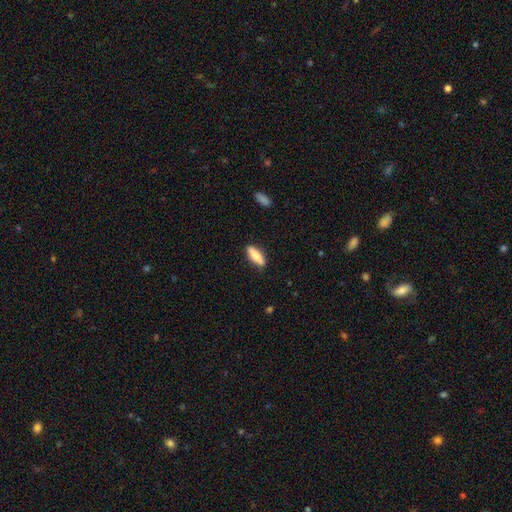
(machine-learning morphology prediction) smooth 78%, featured or disk 15%, star or artifact 6%. Down the decision tree: how rounded — in between (50%); merging — none (86%).